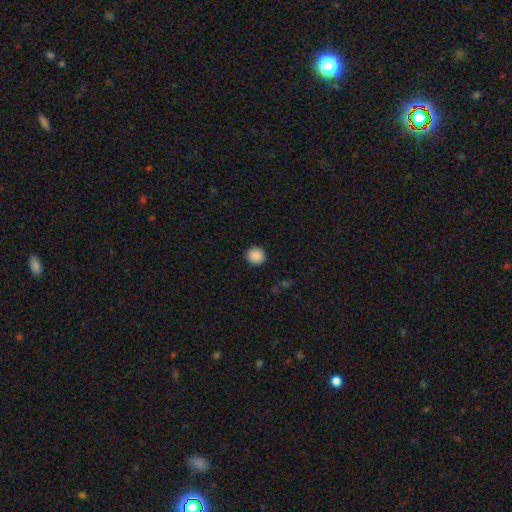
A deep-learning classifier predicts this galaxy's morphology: Smooth or featured: smooth — 88% (star or artifact — 9%)
How rounded: round — 91% (in between — 8%)
Merging: none — 92% (minor disturbance — 5%)